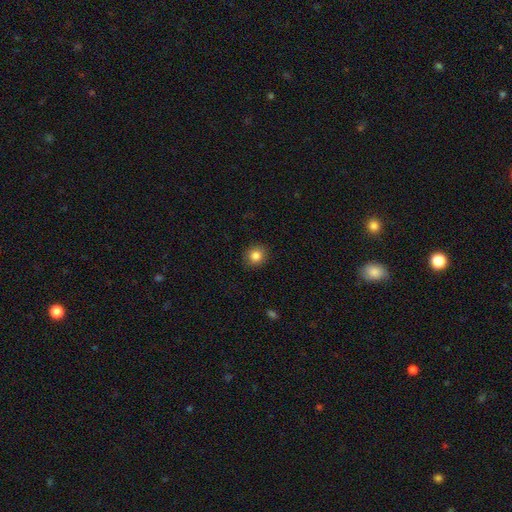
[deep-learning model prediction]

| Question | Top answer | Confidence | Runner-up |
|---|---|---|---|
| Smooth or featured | smooth | 84% | star or artifact (10%) |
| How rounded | round | 81% | in between (18%) |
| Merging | none | 90% | minor disturbance (7%) |